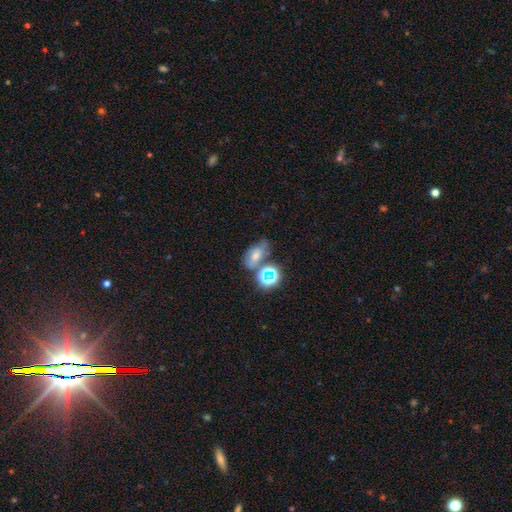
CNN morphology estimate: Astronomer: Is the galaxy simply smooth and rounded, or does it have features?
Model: smooth — 38% (runner-up: star or artifact, 35%).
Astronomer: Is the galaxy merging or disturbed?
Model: none — 50%.